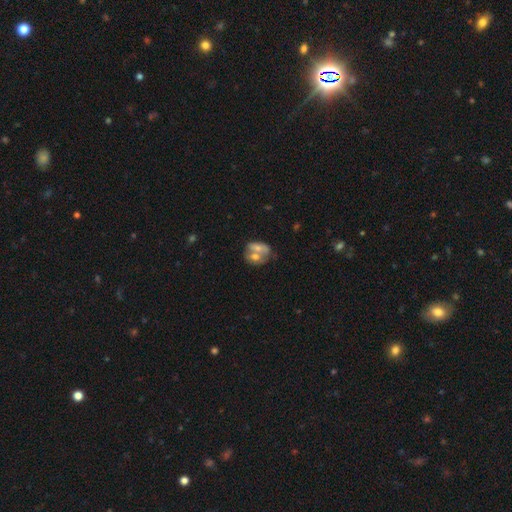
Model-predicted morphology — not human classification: smooth-or-featured: smooth: 48% | featured or disk: 41% | star or artifact: 11%
  merging: merger: 57% | none: 27% | minor disturbance: 10% | major disturbance: 6%